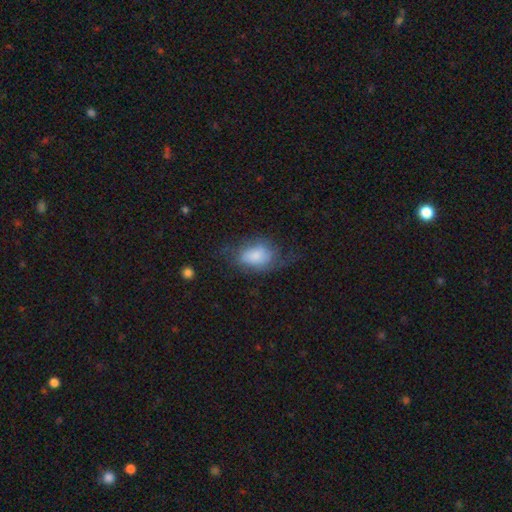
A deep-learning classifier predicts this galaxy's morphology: Smooth or featured: smooth — 63% (featured or disk — 28%)
How rounded: in between — 85% (round — 14%)
Merging: none — 37% (major disturbance — 34%)